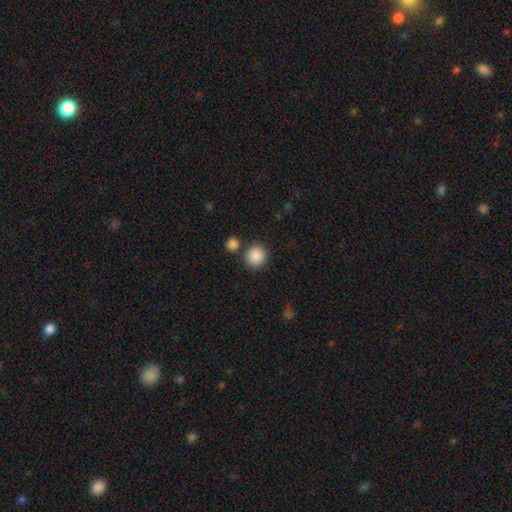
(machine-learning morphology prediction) Overall: smooth (89%). How rounded: round (89%). Merging: none (80%).